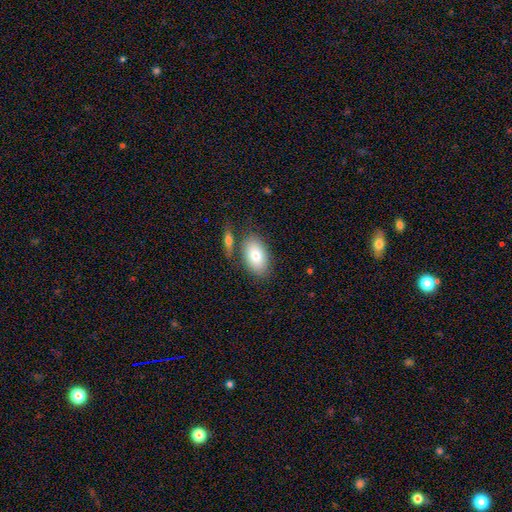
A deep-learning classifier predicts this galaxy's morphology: Smooth or featured: smooth — 80% (featured or disk — 13%)
How rounded: in between — 92% (round — 7%)
Merging: none — 75% (minor disturbance — 12%)